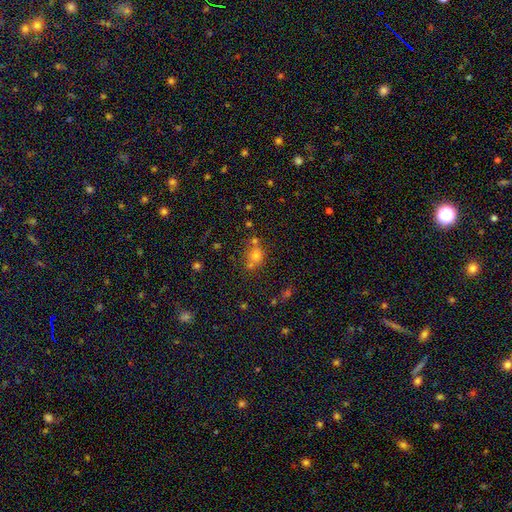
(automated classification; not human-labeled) Overall: smooth (58%; star or artifact 28%). How rounded: round (71%). Merging: none (54%; merger 29%).